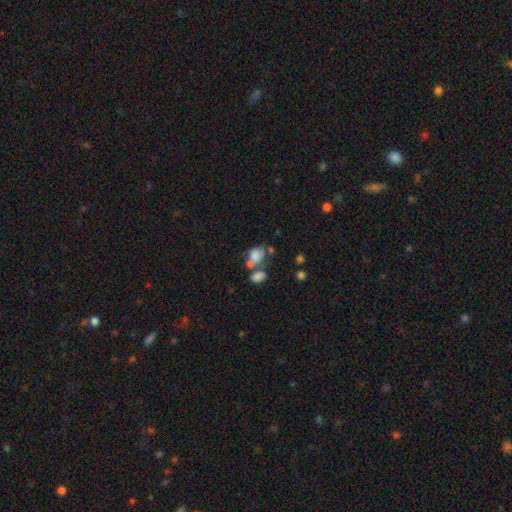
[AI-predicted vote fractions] smooth_or_featured: smooth (p=0.76) [alt: featured or disk p=0.13]
how_rounded: in between (p=0.62) [alt: round p=0.37]
merging: merger (p=0.46) [alt: none p=0.32]